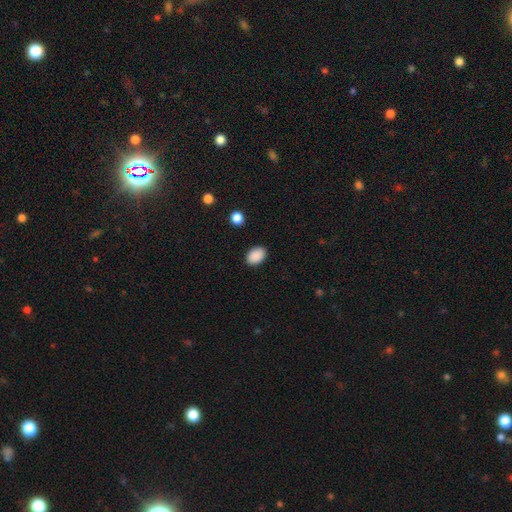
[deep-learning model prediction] smooth_or_featured: smooth (p=0.90) [alt: star or artifact p=0.07]
how_rounded: in between (p=0.84) [alt: round p=0.15]
merging: none (p=0.89) [alt: minor disturbance p=0.07]